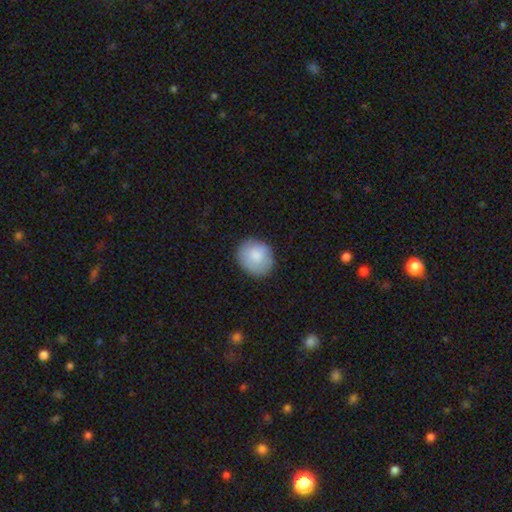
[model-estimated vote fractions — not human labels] A smooth galaxy with no disk features (83%) that is round (70%).

Vote fractions:
- Smooth or featured? smooth: 83% / featured or disk: 11% / star or artifact: 7%
- How rounded? round: 70% / in between: 30% / cigar-shaped: 1%
- Merging? none: 79% / minor disturbance: 15% / major disturbance: 4% / merger: 1%